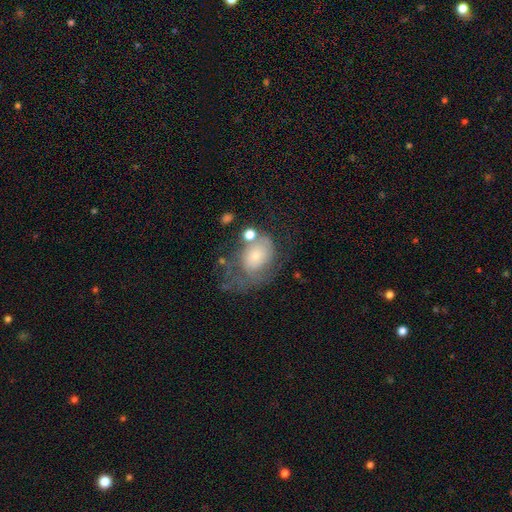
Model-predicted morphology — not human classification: Smooth or featured?
  - smooth: 51% *
  - featured or disk: 39%
  - star or artifact: 10%
How rounded?
  - in between: 68% *
  - round: 31%
  - cigar-shaped: 1%
Merging?
  - major disturbance: 37% *
  - none: 29%
  - minor disturbance: 25%
  - merger: 9%